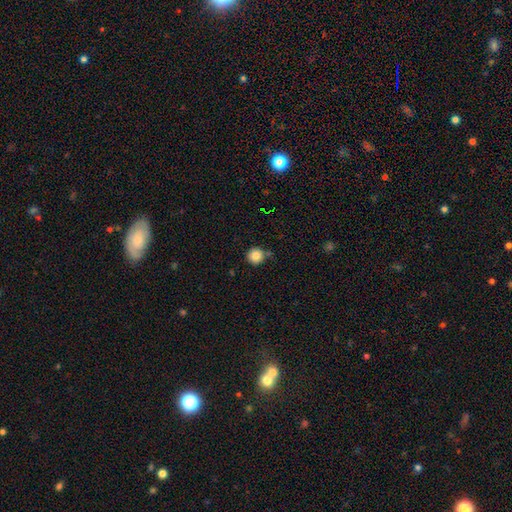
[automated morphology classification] A smooth galaxy with no disk features (86%) that is round (95%).

Vote fractions:
- Smooth or featured? smooth: 86% / star or artifact: 10% / featured or disk: 4%
- How rounded? round: 95% / in between: 4% / cigar-shaped: 1%
- Merging? none: 79% / minor disturbance: 11% / merger: 7% / major disturbance: 3%